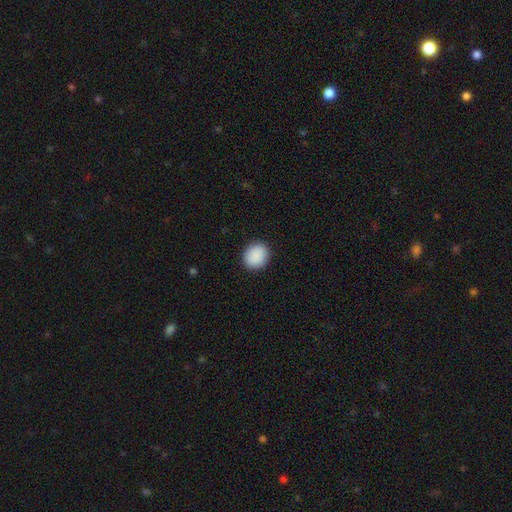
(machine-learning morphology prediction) Overall: smooth (90%). How rounded: round (68%; in between 31%). Merging: none (90%).